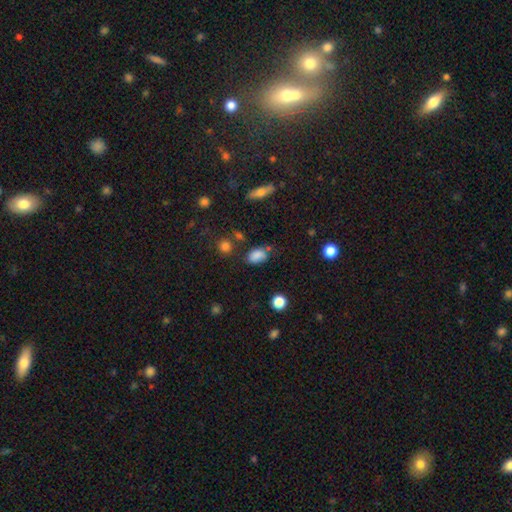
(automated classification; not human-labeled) Smooth or featured? smooth (80%)
How rounded? in between (83%)
Merging? none (63%)